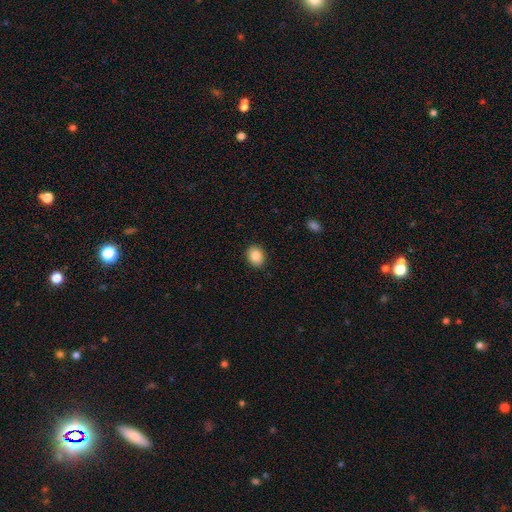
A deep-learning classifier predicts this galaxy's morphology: Overall: smooth (86%). How rounded: round (52%; in between 47%). Merging: none (91%).